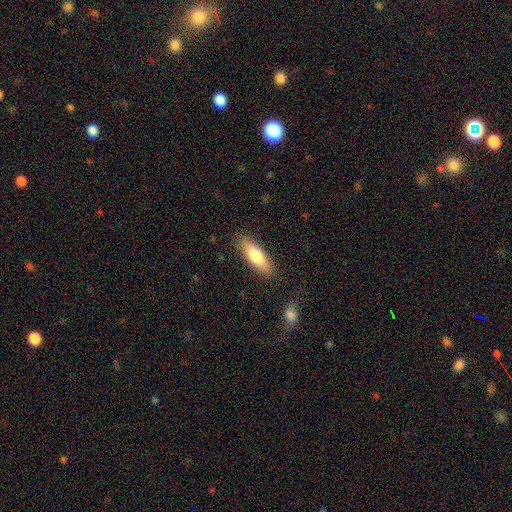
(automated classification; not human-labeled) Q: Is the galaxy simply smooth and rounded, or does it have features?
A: smooth — 73%.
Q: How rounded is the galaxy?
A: in between — 50%.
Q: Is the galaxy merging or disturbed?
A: none — 87%.